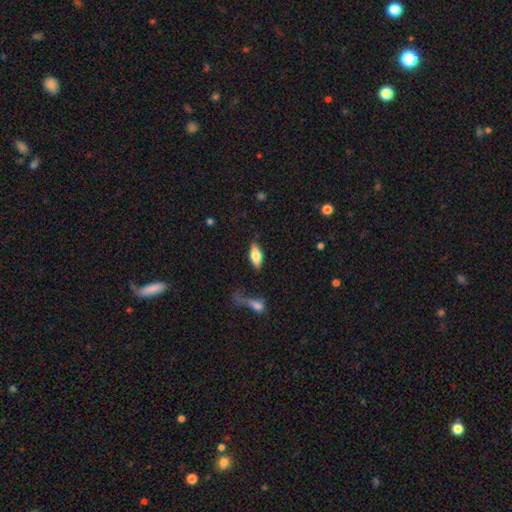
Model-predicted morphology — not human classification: Overall: smooth (65%; featured or disk 28%). How rounded: in between (77%). Merging: none (81%).